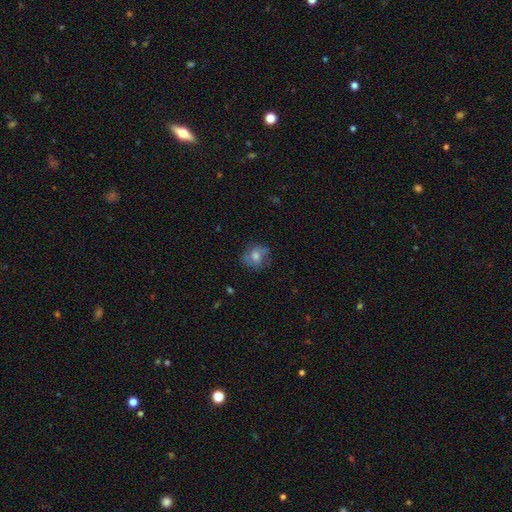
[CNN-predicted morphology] Q: Smooth or featured?
A: smooth (44%); runner-up: featured or disk (43%)
Q: Merging?
A: none (72%); runner-up: minor disturbance (19%)